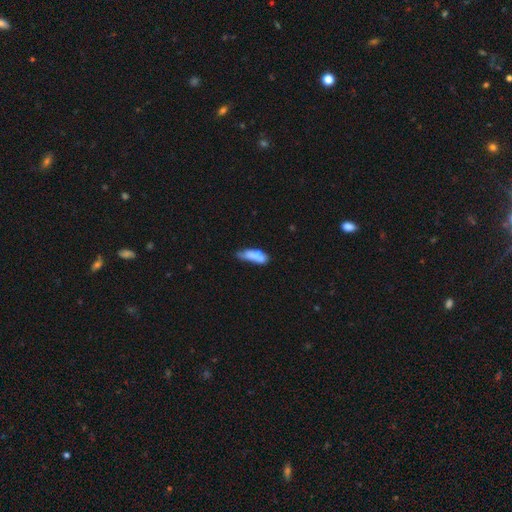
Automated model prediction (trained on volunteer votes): smooth-or-featured: smooth: 69% | featured or disk: 22% | star or artifact: 9%
  how-rounded: in between: 54% | cigar-shaped: 43% | round: 3%
  merging: none: 33% | minor disturbance: 29% | merger: 21% | major disturbance: 16%